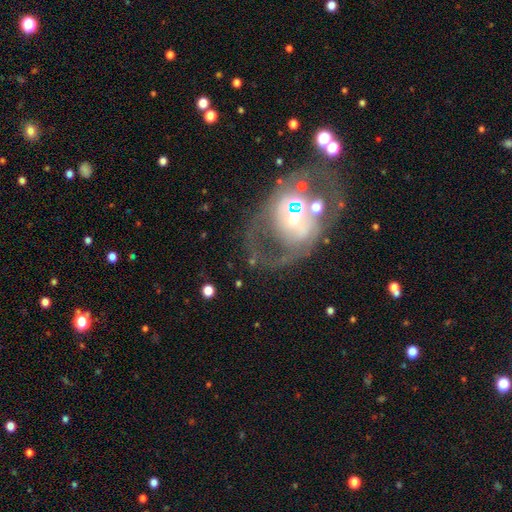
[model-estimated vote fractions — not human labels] Smooth or featured? featured or disk (69%)
Edge-on disk? no (94%)
Bar? no (52%)
Spiral arms? no (51%)
Bulge size? moderate (50%)
Merging? none (47%)